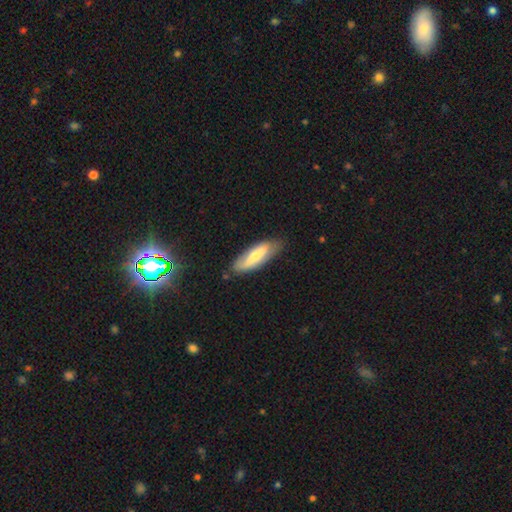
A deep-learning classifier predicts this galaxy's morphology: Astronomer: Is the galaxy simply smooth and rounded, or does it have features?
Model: featured or disk — 50% (runner-up: smooth, 45%).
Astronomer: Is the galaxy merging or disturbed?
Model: none — 76%.